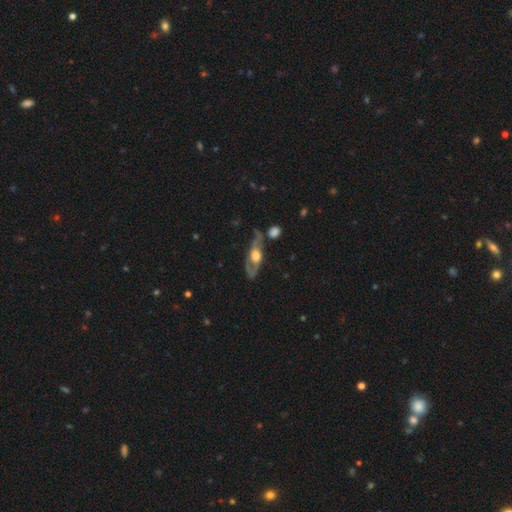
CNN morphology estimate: The model was most divided on "edge-on disk": no: 53%, yes: 47%. More confident: smooth or featured — featured or disk (69%); merging — none (59%).